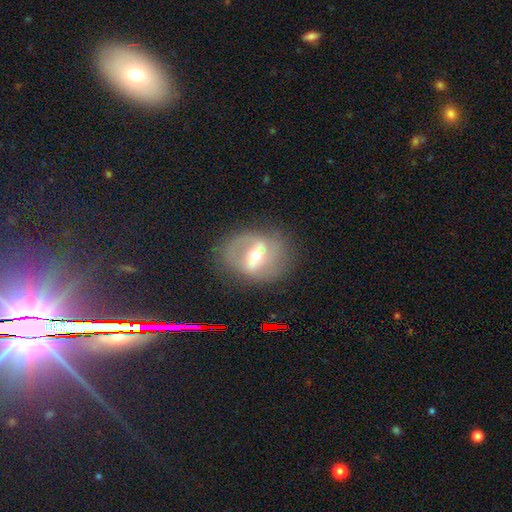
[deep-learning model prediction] Overall: featured or disk (78%). Edge-on disk: no (94%). Bar: strong (55%; weak 34%). Spiral arms: yes (80%). Spiral arm count: 2 (78%). Spiral winding: medium (45%; loose 31%). Bulge size: moderate (51%; small 43%). Merging: none (74%).